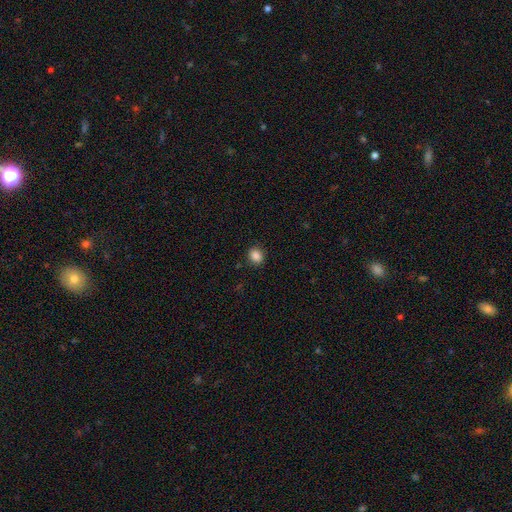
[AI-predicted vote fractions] smooth-or-featured: smooth: 87% | star or artifact: 10% | featured or disk: 3%
  how-rounded: round: 64% | in between: 35% | cigar-shaped: 1%
  merging: none: 89% | minor disturbance: 7% | major disturbance: 2% | merger: 1%